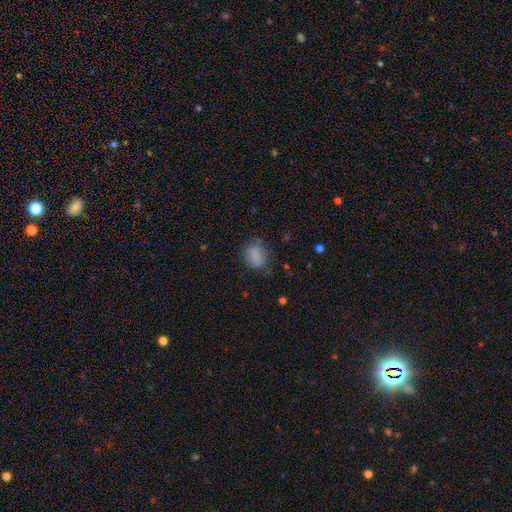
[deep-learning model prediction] A smooth galaxy with no disk features (84%) that is in between round and cigar-shaped (63%).

Vote fractions:
- Smooth or featured? smooth: 84% / star or artifact: 10% / featured or disk: 6%
- How rounded? in between: 63% / round: 36% / cigar-shaped: 1%
- Merging? none: 71% / minor disturbance: 21% / major disturbance: 7% / merger: 2%